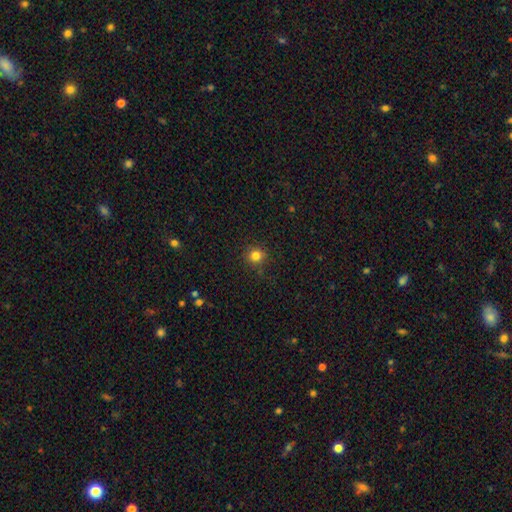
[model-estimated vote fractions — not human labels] Smooth or featured?
  - smooth: 82% *
  - star or artifact: 13%
  - featured or disk: 5%
How rounded?
  - round: 91% *
  - in between: 8%
  - cigar-shaped: 1%
Merging?
  - none: 88% *
  - minor disturbance: 8%
  - major disturbance: 2%
  - merger: 1%